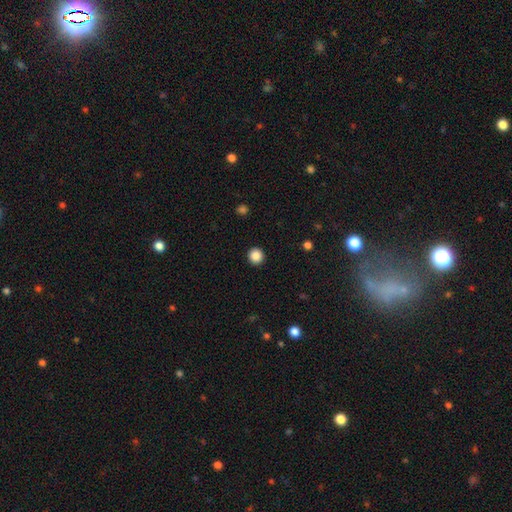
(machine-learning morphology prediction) This is clearly a smooth galaxy (87%). How rounded: clearly round (95%). Merging: clearly none (93%).